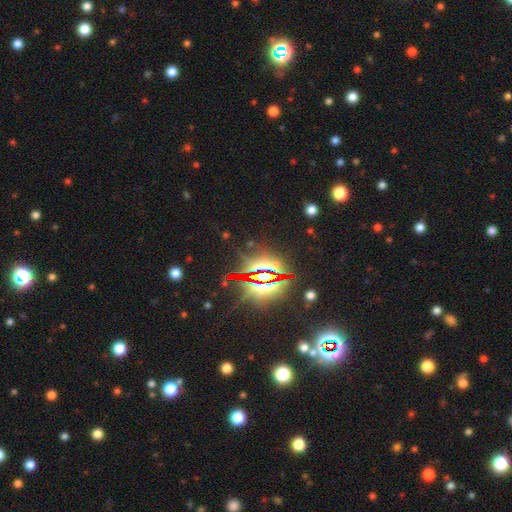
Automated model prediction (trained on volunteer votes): Smooth or featured? star or artifact (84%)